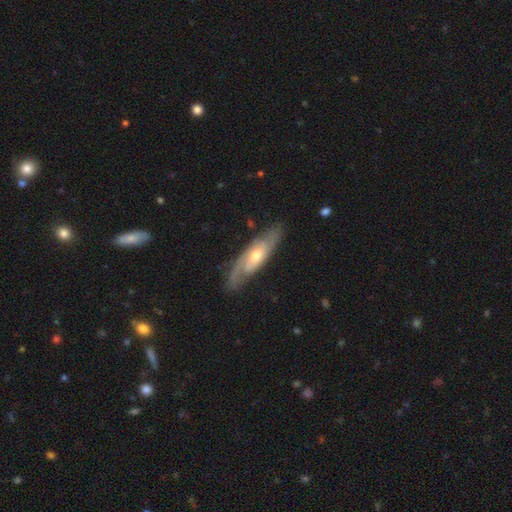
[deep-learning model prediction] smooth_or_featured: featured or disk (p=0.77) [alt: smooth p=0.17]
disk_edge_on: no (p=0.71) [alt: yes p=0.29]
bar: no (p=0.66) [alt: weak p=0.27]
has_spiral_arms: yes (p=0.89) [alt: no p=0.11]
bulge_size: moderate (p=0.57) [alt: small p=0.38]
merging: none (p=0.76) [alt: minor disturbance p=0.17]